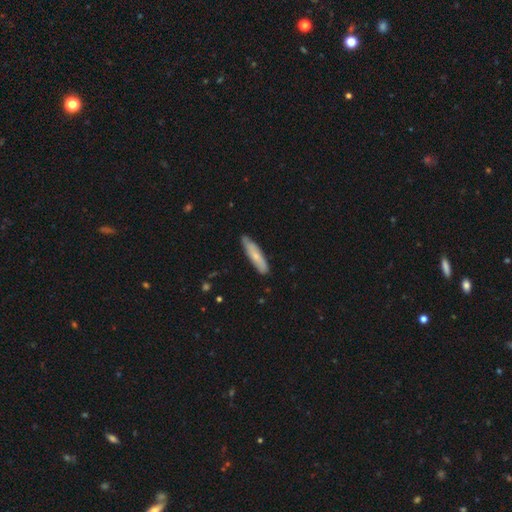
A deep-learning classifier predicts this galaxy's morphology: A smooth galaxy with no disk features (65%) that is cigar-shaped (80%).

Vote fractions:
- Smooth or featured? smooth: 65% / featured or disk: 30% / star or artifact: 6%
- How rounded? cigar-shaped: 80% / in between: 18% / round: 2%
- Merging? none: 82% / minor disturbance: 15% / major disturbance: 2% / merger: 1%